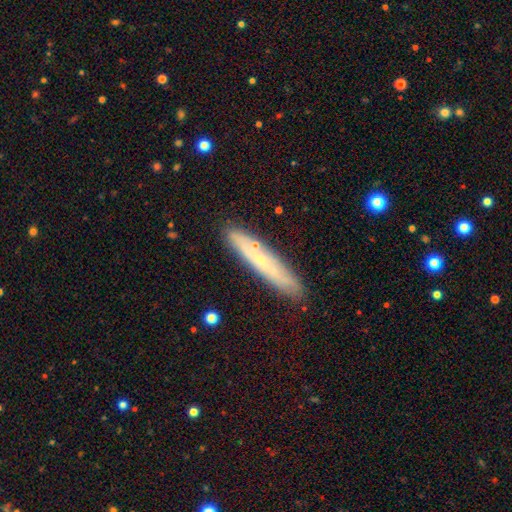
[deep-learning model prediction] This is possibly a featured or disk galaxy (50%). It is likely viewed edge-on (73%). Merging: clearly none (86%).